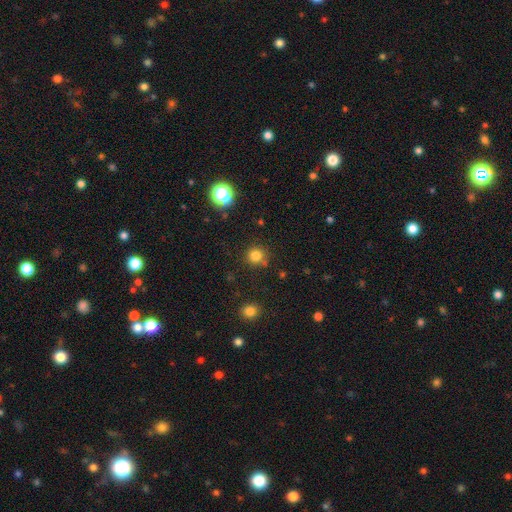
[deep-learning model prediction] smooth 80%, star or artifact 15%, featured or disk 5%. Down the decision tree: how rounded — round (92%); merging — none (81%).